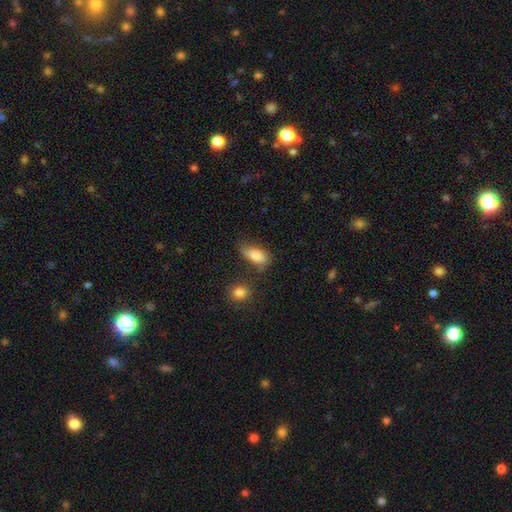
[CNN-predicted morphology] The model was most divided on "merging": none: 44%, minor disturbance: 32%, major disturbance: 15%, merger: 9%. More confident: how rounded — in between (86%); smooth or featured — smooth (80%).